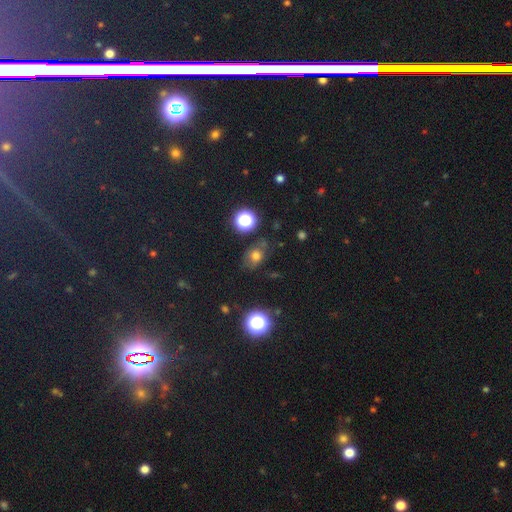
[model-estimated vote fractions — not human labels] Smooth or featured? Predicted: smooth (p=0.64). How rounded? Predicted: in between (p=0.59). Merging? Predicted: none (p=0.66).